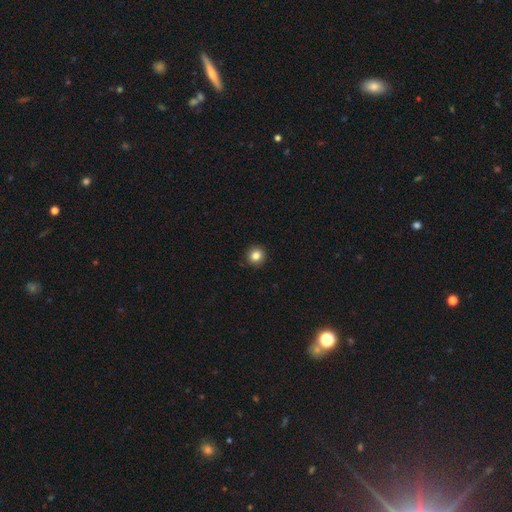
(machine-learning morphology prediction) Q: Smooth or featured?
A: smooth (83%); runner-up: star or artifact (11%)
Q: How rounded?
A: round (93%); runner-up: in between (6%)
Q: Merging?
A: none (92%); runner-up: minor disturbance (5%)